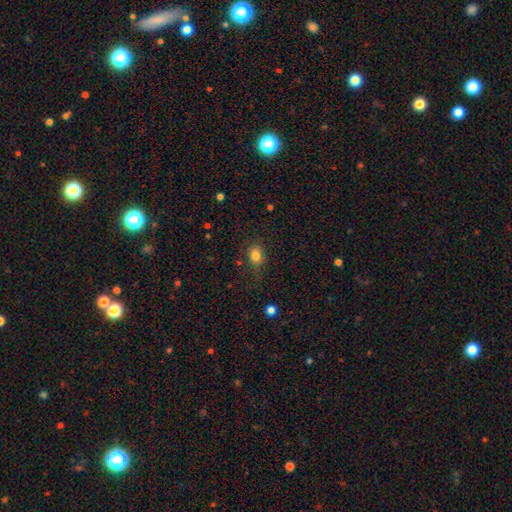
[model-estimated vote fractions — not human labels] smooth 81%, star or artifact 12%, featured or disk 7%. Down the decision tree: how rounded — in between (51%); merging — none (73%).